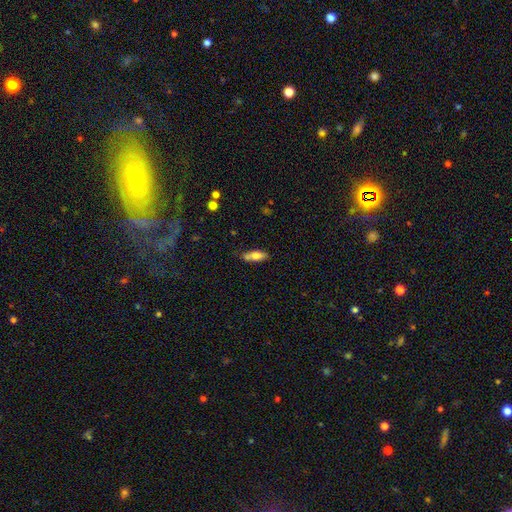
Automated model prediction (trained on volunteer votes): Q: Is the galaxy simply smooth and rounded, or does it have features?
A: smooth — 72%.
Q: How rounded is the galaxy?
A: in between — 63%.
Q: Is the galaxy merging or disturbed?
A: none — 70%.